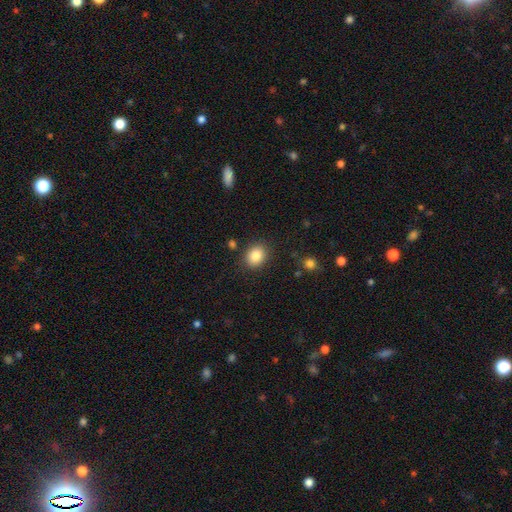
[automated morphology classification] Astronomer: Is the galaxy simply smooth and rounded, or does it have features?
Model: smooth — 85%.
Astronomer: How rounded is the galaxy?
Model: round — 52% (runner-up: in between, 47%).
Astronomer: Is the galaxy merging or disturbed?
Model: none — 86%.